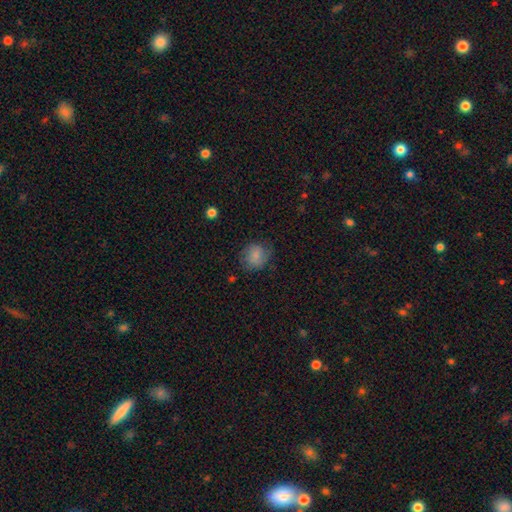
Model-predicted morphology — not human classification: Smooth or featured: smooth — 74% (featured or disk — 18%)
How rounded: round — 73% (in between — 26%)
Merging: none — 68% (minor disturbance — 22%)